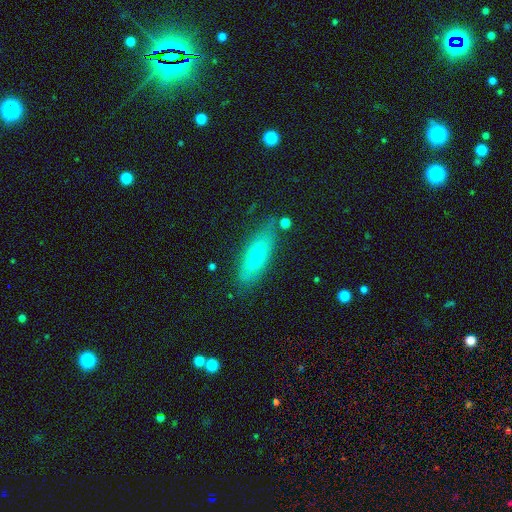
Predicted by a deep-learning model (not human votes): This is likely a smooth galaxy (60%). How rounded: possibly cigar-shaped (52%). Merging: likely none (78%).